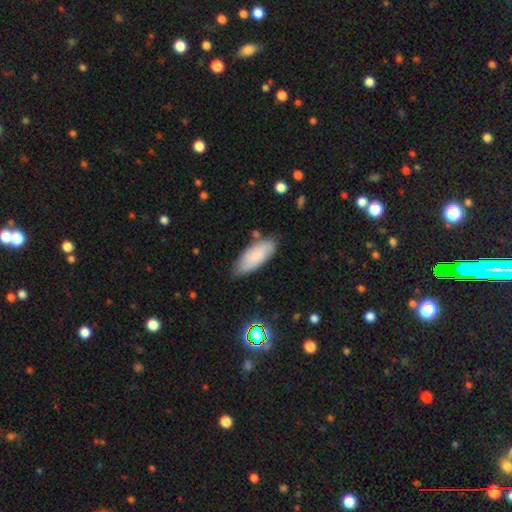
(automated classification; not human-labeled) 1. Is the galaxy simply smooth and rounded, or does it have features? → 76% smooth, 16% featured or disk, 8% star or artifact.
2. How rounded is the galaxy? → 75% in between, 23% cigar-shaped, 2% round.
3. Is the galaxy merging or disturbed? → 76% none, 17% minor disturbance, 3% major disturbance, 3% merger.